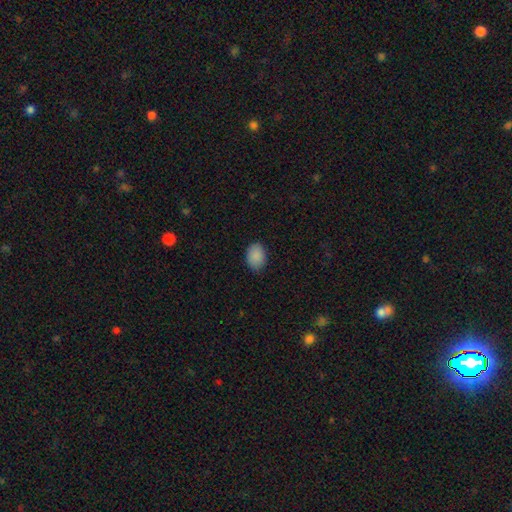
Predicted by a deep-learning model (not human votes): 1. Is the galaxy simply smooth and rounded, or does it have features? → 89% smooth, 8% star or artifact, 3% featured or disk.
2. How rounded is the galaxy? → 77% in between, 22% round, 1% cigar-shaped.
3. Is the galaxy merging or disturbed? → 85% none, 12% minor disturbance, 2% major disturbance, 1% merger.